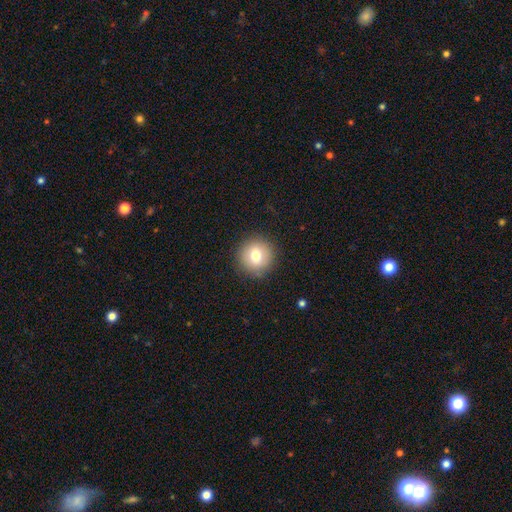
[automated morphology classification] A smooth galaxy with no disk features (75%) that is round (94%). Merging: none (90%).